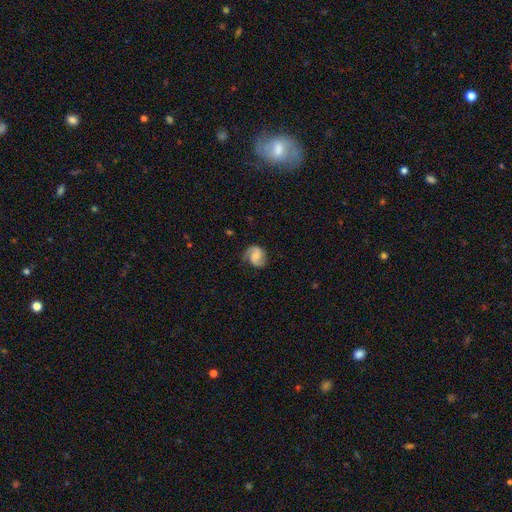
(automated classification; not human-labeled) Q: Smooth or featured?
A: featured or disk (73%); runner-up: smooth (20%)
Q: Edge-on disk?
A: no (98%); runner-up: yes (2%)
Q: Bar?
A: no (52%); runner-up: weak (39%)
Q: Spiral arms?
A: yes (96%); runner-up: no (4%)
Q: Spiral winding?
A: medium (49%); runner-up: tight (28%)
Q: Spiral arm count?
A: 2 (86%); runner-up: 1 (6%)
Q: Bulge size?
A: small (37%); runner-up: moderate (36%)
Q: Merging?
A: none (74%); runner-up: minor disturbance (18%)